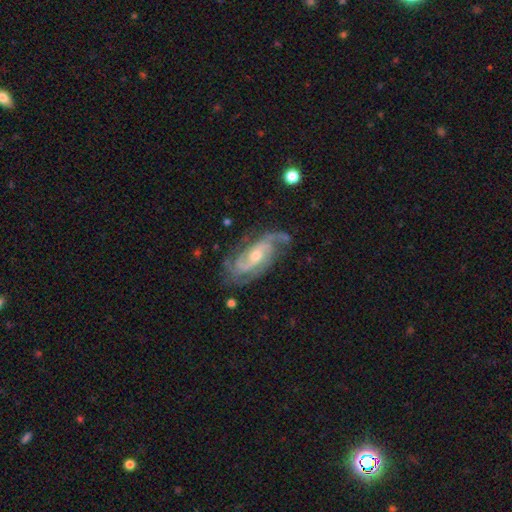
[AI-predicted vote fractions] smooth-or-featured: featured or disk: 90% | smooth: 5% | star or artifact: 5%
  disk-edge-on: no: 95% | yes: 5%
    bar: no: 47% | weak: 38% | strong: 15%
    has-spiral-arms: yes: 98% | no: 2%
      spiral-winding: tight: 45% | medium: 43% | loose: 11%
      spiral-arm-count: 2: 42% | 3: 30% | can't tell: 12% | 4: 8% | 1: 4% | more than 4: 4%
    bulge-size: moderate: 54% | small: 40% | large: 3% | none: 1% | dominant: 1%
  merging: none: 72% | minor disturbance: 19% | major disturbance: 7% | merger: 2%